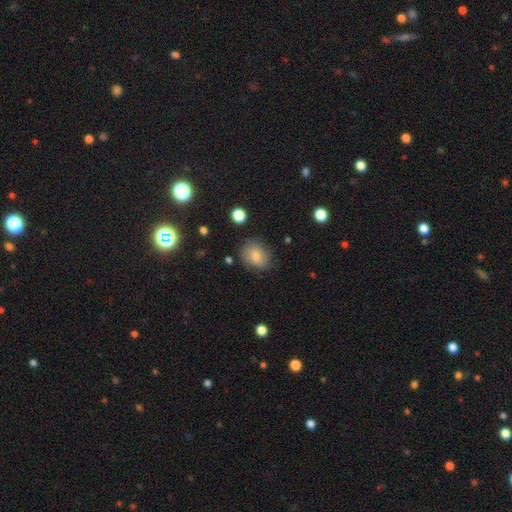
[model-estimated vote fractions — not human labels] smooth_or_featured: smooth (p=0.78) [alt: featured or disk p=0.13]
how_rounded: round (p=0.50) [alt: in between p=0.49]
merging: none (p=0.74) [alt: minor disturbance p=0.19]